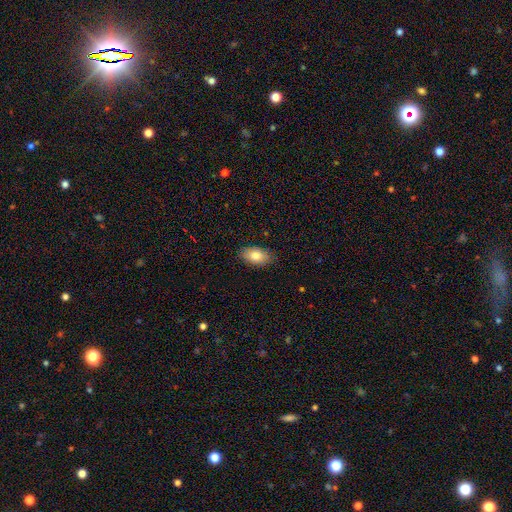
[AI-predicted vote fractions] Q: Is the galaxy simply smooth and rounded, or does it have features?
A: smooth — 81%.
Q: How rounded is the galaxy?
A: in between — 92%.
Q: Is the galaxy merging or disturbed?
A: none — 86%.